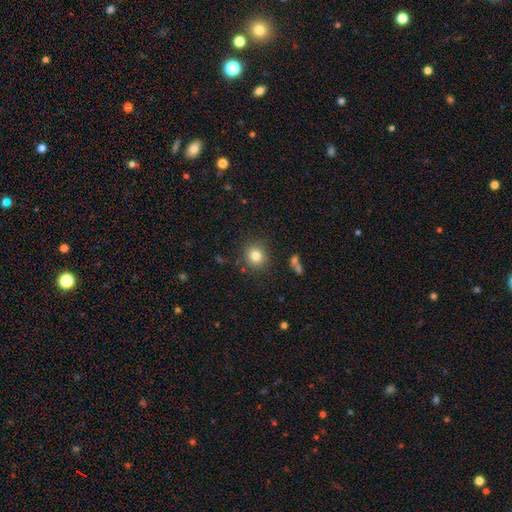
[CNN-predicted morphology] Smooth or featured?
  - smooth: 80% *
  - star or artifact: 12%
  - featured or disk: 8%
How rounded?
  - round: 87% *
  - in between: 12%
  - cigar-shaped: 1%
Merging?
  - none: 86% *
  - minor disturbance: 9%
  - major disturbance: 3%
  - merger: 3%